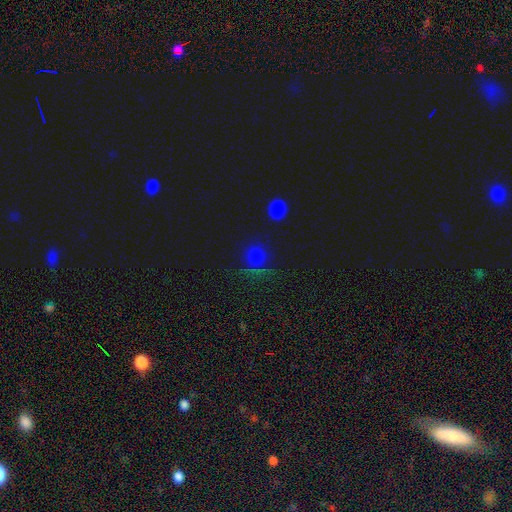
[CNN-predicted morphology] Smooth or featured? smooth (50%)
How rounded? round (91%)
Merging? none (77%)